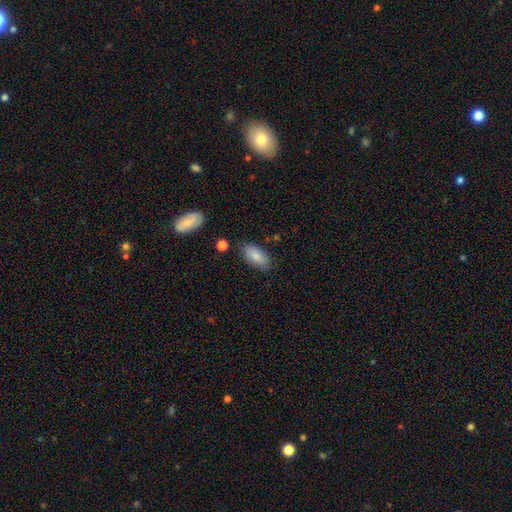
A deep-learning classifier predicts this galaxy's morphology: This appears to be a smooth galaxy with no disk features (82%) that is in between round and cigar-shaped (91%). Merging: none (81%).